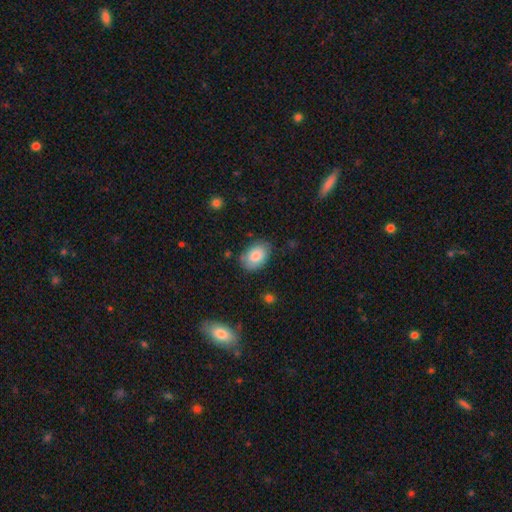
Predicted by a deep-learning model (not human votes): A smooth galaxy with no disk features (83%) that is in between round and cigar-shaped (85%). Merging: none (78%).